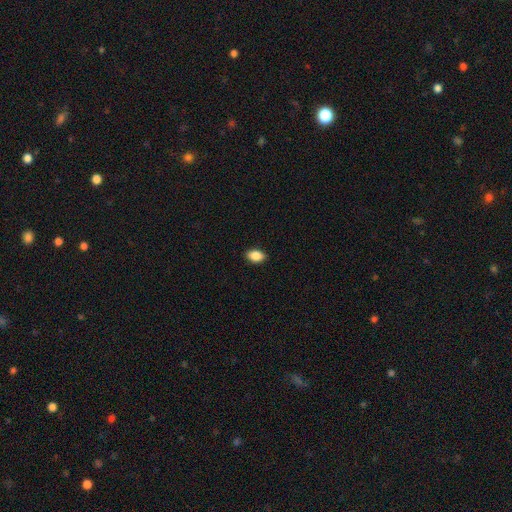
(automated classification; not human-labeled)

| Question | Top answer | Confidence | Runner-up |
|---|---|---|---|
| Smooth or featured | smooth | 88% | star or artifact (8%) |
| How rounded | in between | 87% | round (11%) |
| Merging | none | 88% | minor disturbance (9%) |